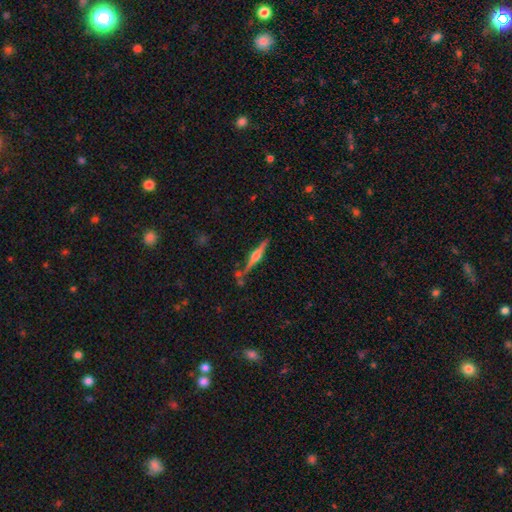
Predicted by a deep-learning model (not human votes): This appears to be a featured or disk galaxy (78%) viewed edge-on (98%) with a rounded central bulge (92%). Merging: none (78%).